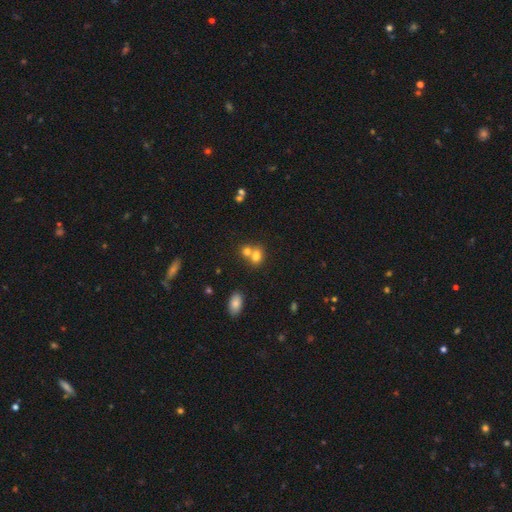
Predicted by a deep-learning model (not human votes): Smooth or featured? smooth (75%)
How rounded? round (52%)
Merging? merger (53%)